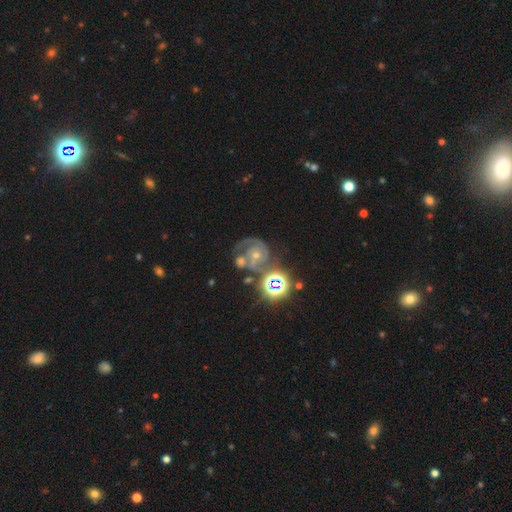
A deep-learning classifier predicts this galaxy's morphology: featured or disk 69%, star or artifact 21%, smooth 10%. Down the decision tree: edge-on disk — no (98%); bar — no (69%); spiral arms — yes (94%); spiral arm count — 2 (43%); spiral winding — tight (58%); bulge size — small (59%); merging — none (51%).